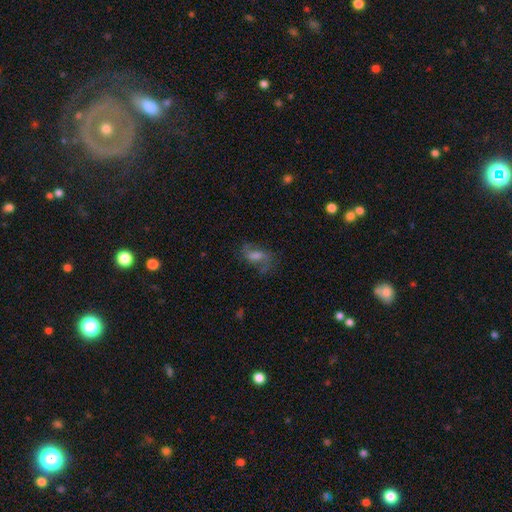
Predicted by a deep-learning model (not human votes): Smooth or featured: featured or disk — 56% (smooth — 30%)
Edge-on disk: no — 93% (yes — 7%)
Bar: weak — 49% (no — 33%)
Spiral arms: yes — 81% (no — 19%)
Bulge size: moderate — 39% (small — 28%)
Merging: none — 61% (minor disturbance — 20%)